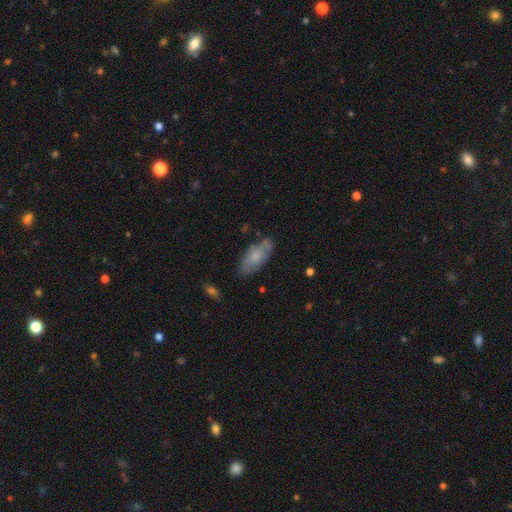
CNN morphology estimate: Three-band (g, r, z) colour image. It shows a smooth galaxy with no disk features (64%) that is in between round and cigar-shaped (81%). Merging: none (74%).